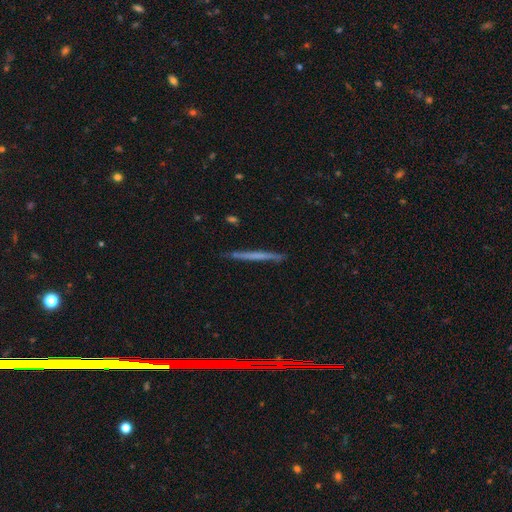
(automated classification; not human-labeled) Morphology: type=featured or disk (46%); merging=none (89%).